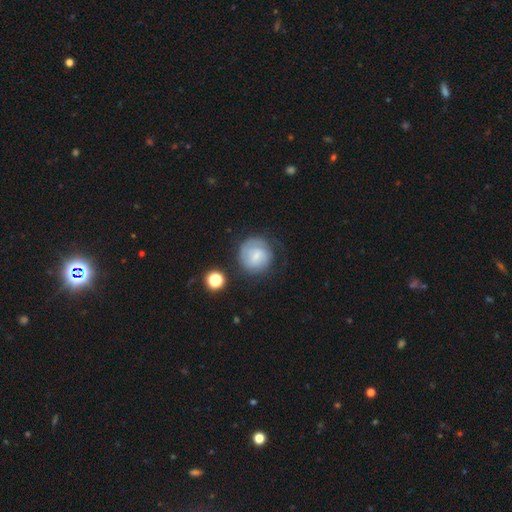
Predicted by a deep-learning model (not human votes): A smooth galaxy with no disk features (47%).

Vote fractions:
- Smooth or featured? smooth: 47% / featured or disk: 44% / star or artifact: 9%
- Merging? none: 62% / minor disturbance: 21% / major disturbance: 14% / merger: 4%